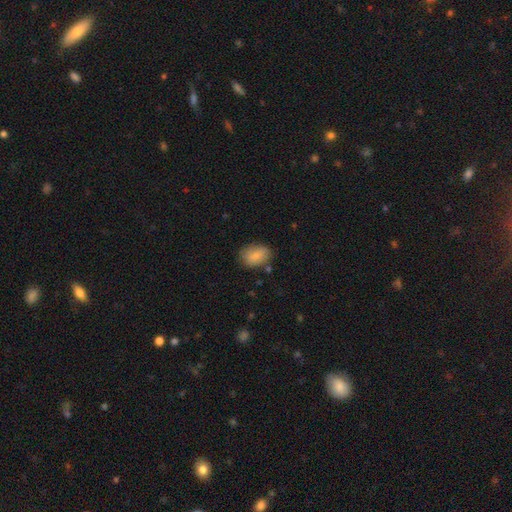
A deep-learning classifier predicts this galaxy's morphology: Overall: smooth (81%). How rounded: in between (79%). Merging: none (73%).